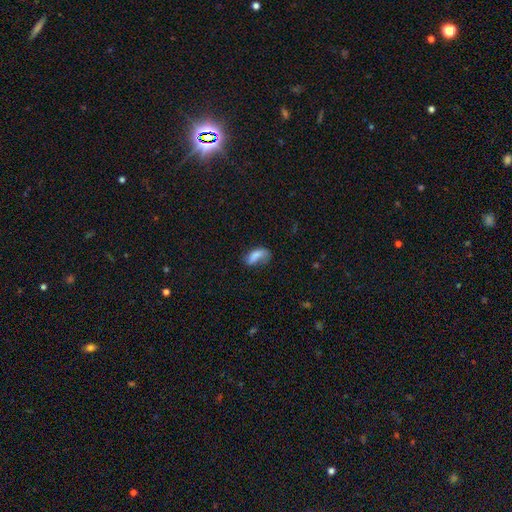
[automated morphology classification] Smooth or featured? Predicted: smooth (p=0.75). How rounded? Predicted: in between (p=0.84). Merging? Predicted: none (p=0.38).